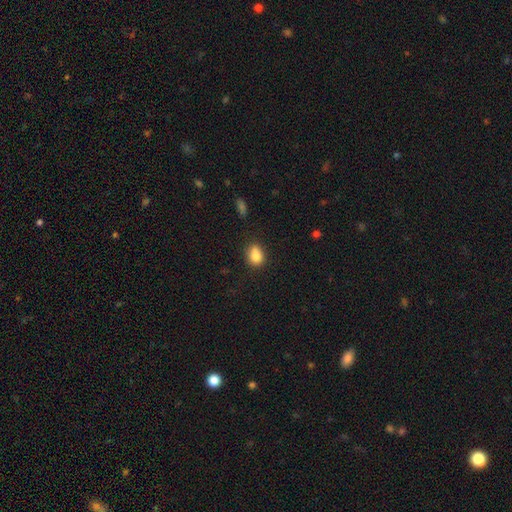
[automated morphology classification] A smooth galaxy with no disk features (82%) that is in between round and cigar-shaped (50%). Merging: none (59%).